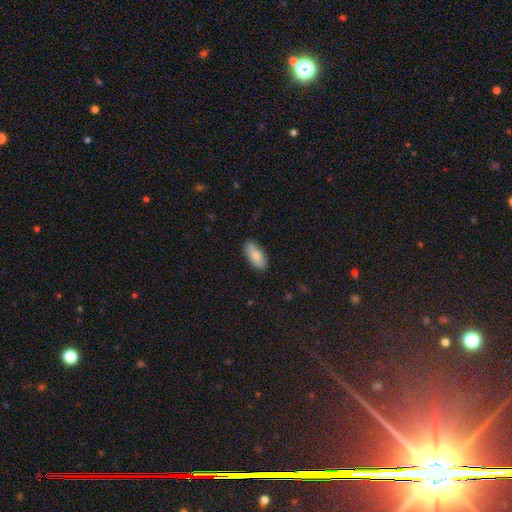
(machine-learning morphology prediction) This appears to be a smooth galaxy with no disk features (84%) that is in between round and cigar-shaped (85%). Merging: none (86%).